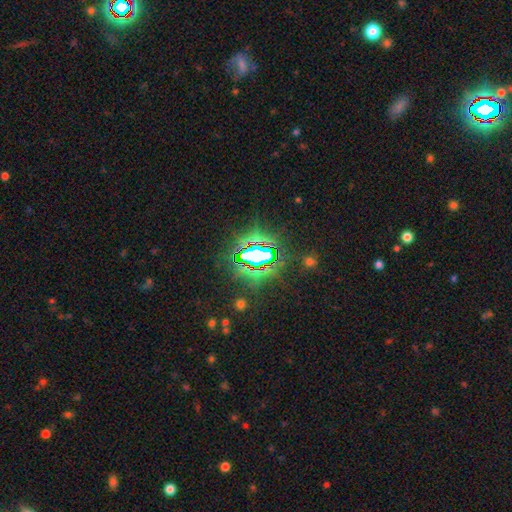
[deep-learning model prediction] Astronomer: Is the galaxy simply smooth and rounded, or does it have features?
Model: star or artifact — 76%.